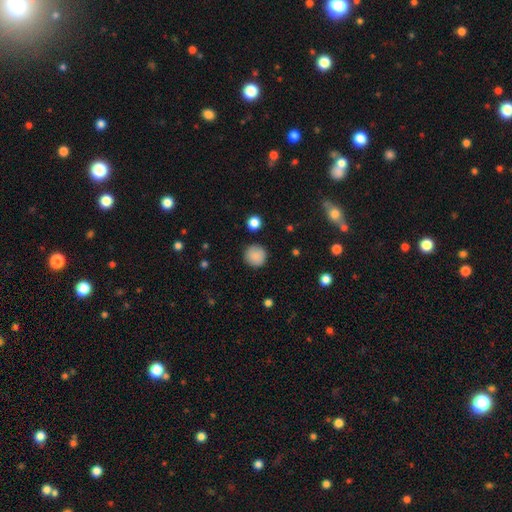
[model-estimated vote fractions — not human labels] smooth_or_featured: smooth (p=0.88) [alt: star or artifact p=0.09]
how_rounded: round (p=0.94) [alt: in between p=0.05]
merging: none (p=0.89) [alt: minor disturbance p=0.07]